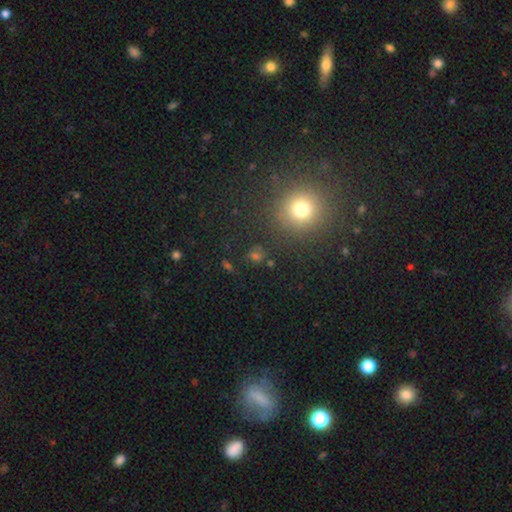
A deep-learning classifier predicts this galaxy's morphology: Smooth or featured? Predicted: smooth (p=0.53). How rounded? Predicted: round (p=0.80). Merging? Predicted: none (p=0.82).